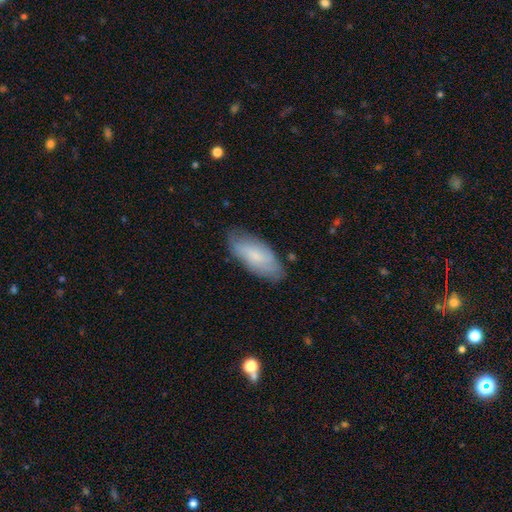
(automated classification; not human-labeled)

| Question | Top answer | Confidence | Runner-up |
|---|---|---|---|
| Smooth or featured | smooth | 72% | featured or disk (22%) |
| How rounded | in between | 82% | cigar-shaped (17%) |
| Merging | none | 74% | minor disturbance (20%) |